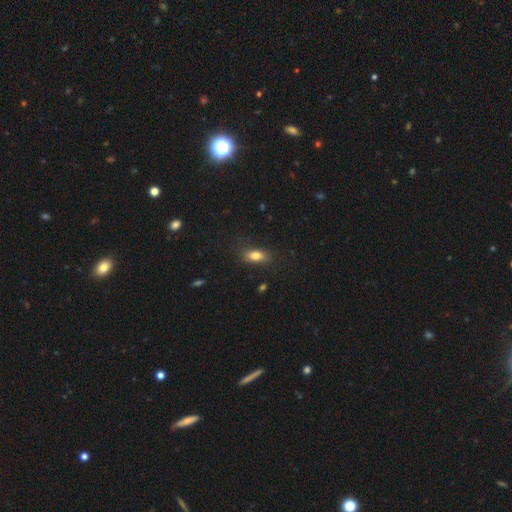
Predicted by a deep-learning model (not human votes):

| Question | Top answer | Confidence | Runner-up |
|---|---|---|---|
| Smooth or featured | smooth | 80% | featured or disk (11%) |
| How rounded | in between | 82% | cigar-shaped (11%) |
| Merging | none | 80% | minor disturbance (14%) |